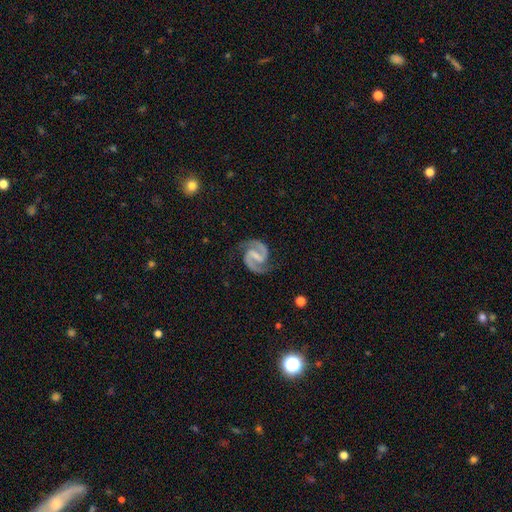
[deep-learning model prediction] smooth_or_featured: featured or disk (p=0.93) [alt: star or artifact p=0.04]
disk_edge_on: no (p=0.98) [alt: yes p=0.02]
bar: strong (p=0.48) [alt: weak p=0.40]
has_spiral_arms: yes (p=0.99) [alt: no p=0.01]
spiral_winding: medium (p=0.63) [alt: tight p=0.25]
spiral_arm_count: 2 (p=0.95) [alt: can't tell p=0.01]
bulge_size: small (p=0.45) [alt: none p=0.35]
merging: none (p=0.83) [alt: minor disturbance p=0.12]